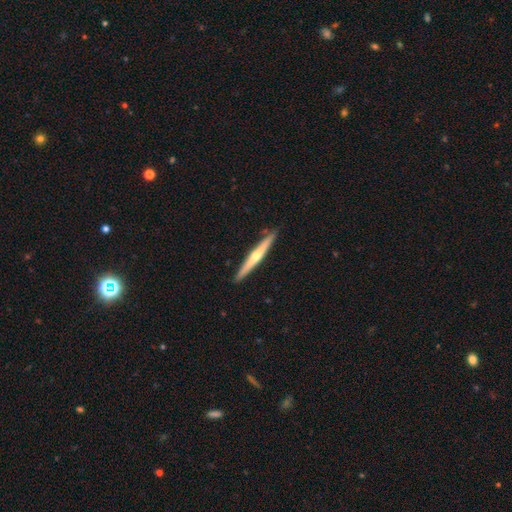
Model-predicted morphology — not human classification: A featured or disk galaxy (64%) viewed edge-on (97%) with a rounded central bulge (81%).

Vote fractions:
- Smooth or featured? featured or disk: 64% / smooth: 31% / star or artifact: 5%
- Edge-on disk? yes: 97% / no: 3%
- Edge-on bulge? rounded: 81% / none: 16% / boxy: 3%
- Merging? none: 91% / minor disturbance: 7% / major disturbance: 1% / merger: 1%